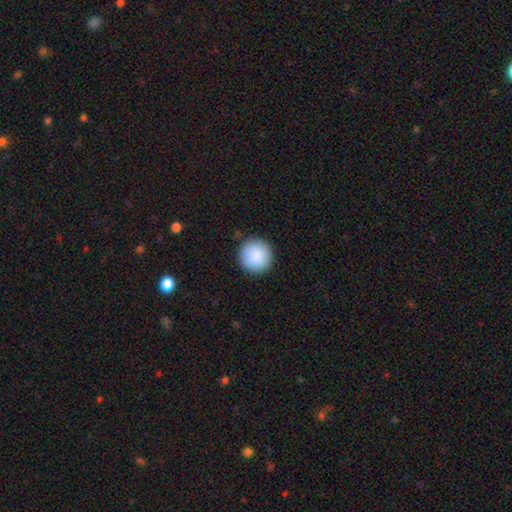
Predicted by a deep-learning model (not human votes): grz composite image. It shows a smooth galaxy with no disk features (89%) that is round (95%). Merging: none (91%).